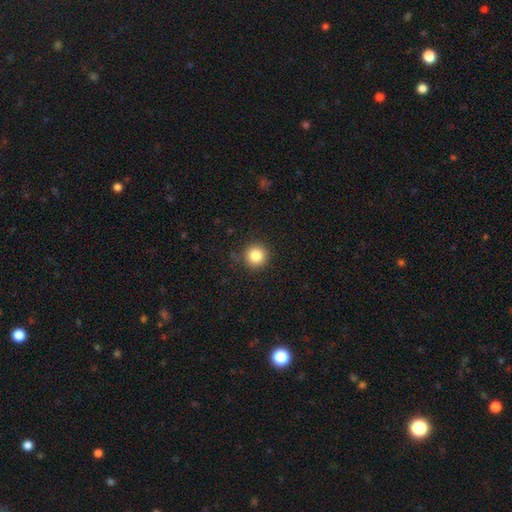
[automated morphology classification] Smooth or featured: smooth — 84% (star or artifact — 10%)
How rounded: round — 95% (in between — 4%)
Merging: none — 90% (minor disturbance — 7%)